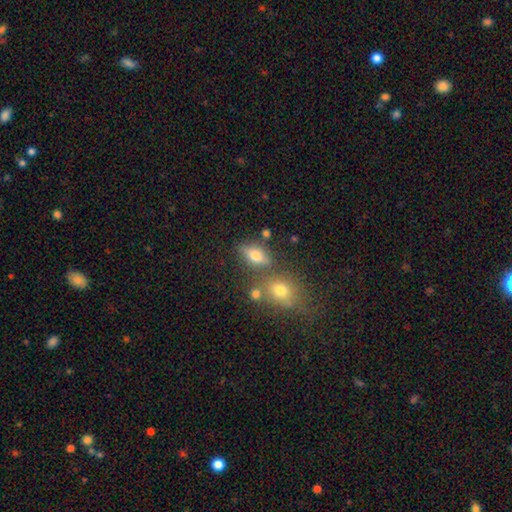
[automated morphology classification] Smooth or featured: smooth — 66% (featured or disk — 20%)
How rounded: in between — 73% (round — 15%)
Merging: none — 65% (merger — 16%)